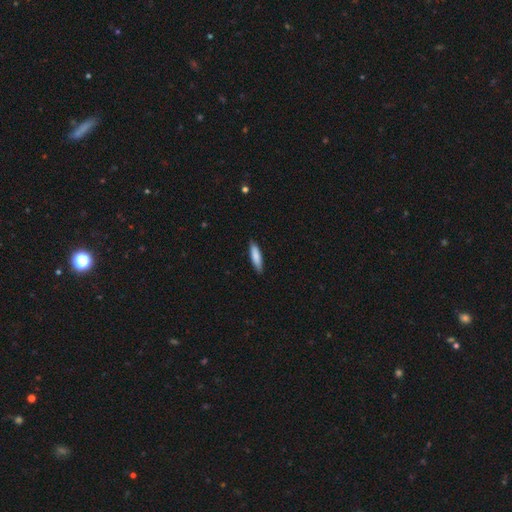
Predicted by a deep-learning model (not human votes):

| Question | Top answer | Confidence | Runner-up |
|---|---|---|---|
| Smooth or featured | smooth | 84% | featured or disk (11%) |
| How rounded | cigar-shaped | 73% | in between (25%) |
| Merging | none | 87% | minor disturbance (11%) |